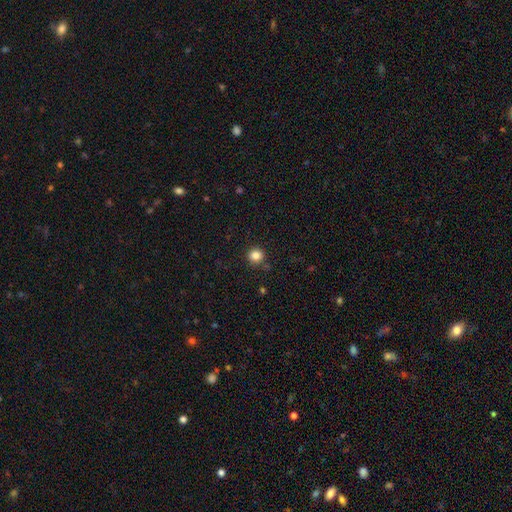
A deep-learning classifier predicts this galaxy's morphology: type=smooth (84%); roundness=round (90%); merging=none (87%).